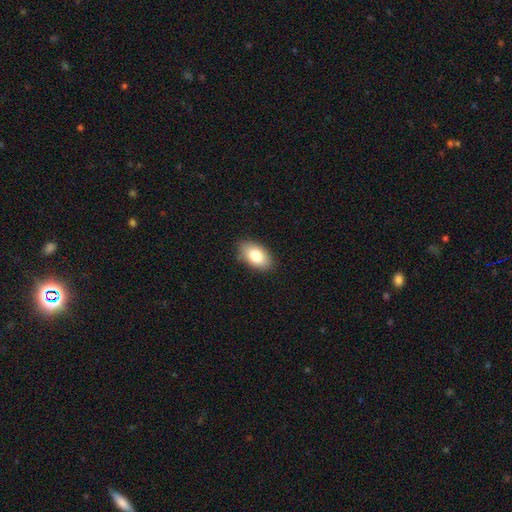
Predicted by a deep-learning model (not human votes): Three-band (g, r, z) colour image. It shows a smooth galaxy with no disk features (81%) that is in between round and cigar-shaped (93%). Merging: none (85%).